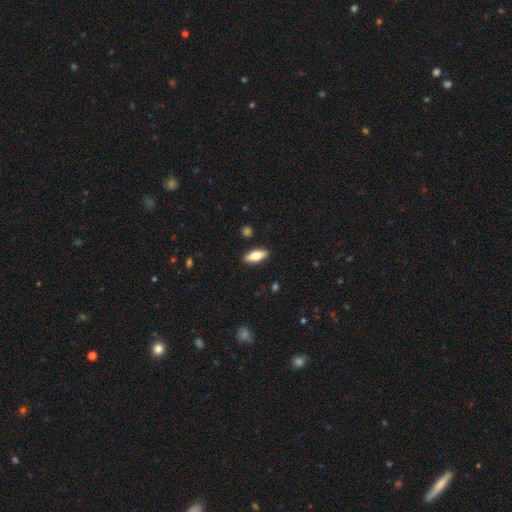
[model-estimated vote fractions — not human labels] This appears to be a smooth galaxy with no disk features (70%) that is in between round and cigar-shaped (73%). Merging: none (89%).